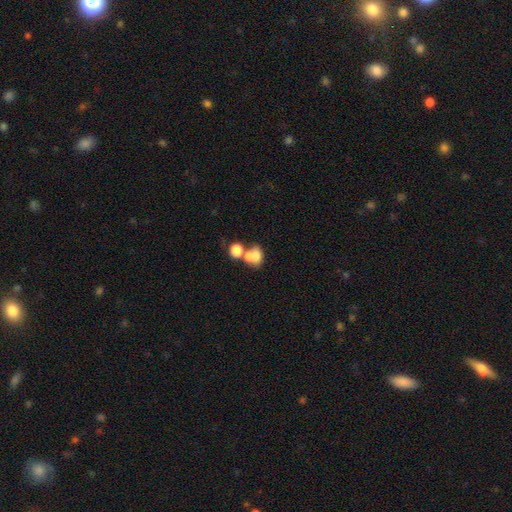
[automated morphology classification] Smooth or featured? smooth (67%)
How rounded? in between (59%)
Merging? merger (58%)